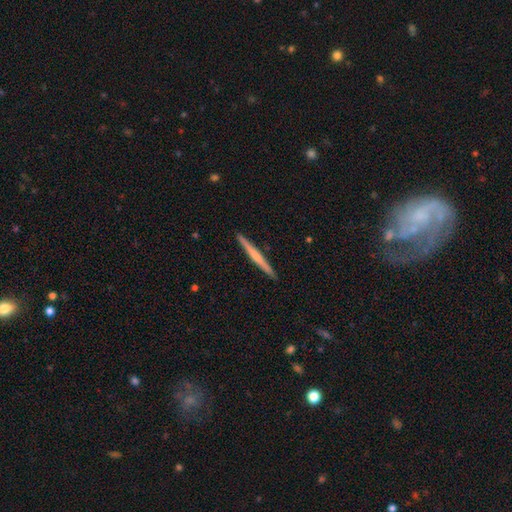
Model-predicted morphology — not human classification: A featured or disk galaxy (53%) viewed edge-on (98%) with no central bulge (57%). Merging: none (93%).